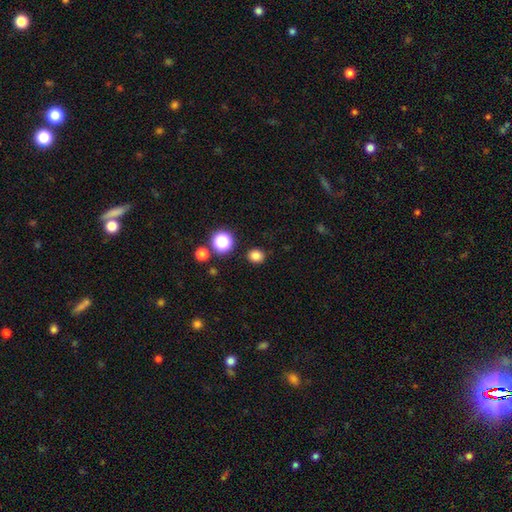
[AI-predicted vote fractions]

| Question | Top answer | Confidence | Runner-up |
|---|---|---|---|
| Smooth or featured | smooth | 81% | star or artifact (15%) |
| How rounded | round | 79% | in between (20%) |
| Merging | none | 89% | minor disturbance (7%) |